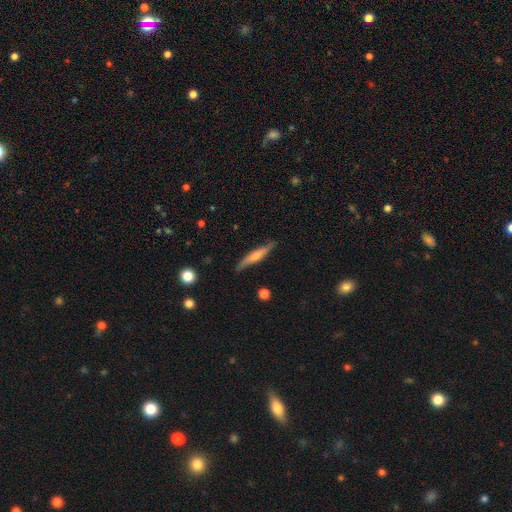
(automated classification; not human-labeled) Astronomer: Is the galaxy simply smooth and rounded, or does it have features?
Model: smooth — 51% (runner-up: featured or disk, 44%).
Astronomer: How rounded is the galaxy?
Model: cigar-shaped — 89%.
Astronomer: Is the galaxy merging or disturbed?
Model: none — 80%.